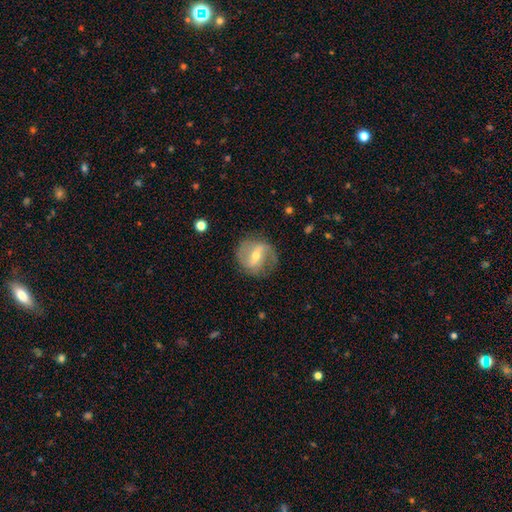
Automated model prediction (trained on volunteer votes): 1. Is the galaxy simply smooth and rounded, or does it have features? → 73% featured or disk, 20% smooth, 7% star or artifact.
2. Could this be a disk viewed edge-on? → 96% no, 4% yes.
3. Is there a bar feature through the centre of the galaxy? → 45% weak, 39% strong, 16% no.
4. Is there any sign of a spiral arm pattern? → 84% yes, 16% no.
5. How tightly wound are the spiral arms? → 42% medium, 40% loose, 18% tight.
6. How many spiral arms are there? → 80% 2, 8% 1, 8% can't tell, 2% 3, 1% 4, 1% more than 4.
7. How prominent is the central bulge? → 54% moderate, 41% small, 2% large, 1% none, 1% dominant.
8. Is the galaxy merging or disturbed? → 75% none, 15% minor disturbance, 8% major disturbance, 1% merger.